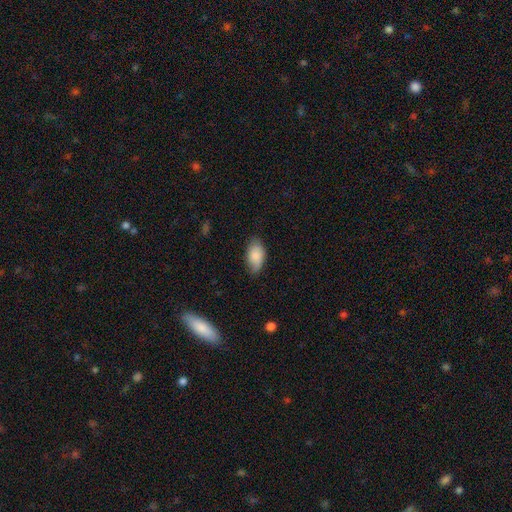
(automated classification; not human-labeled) smooth_or_featured: smooth (p=0.83) [alt: featured or disk p=0.11]
how_rounded: in between (p=0.94) [alt: round p=0.04]
merging: none (p=0.72) [alt: minor disturbance p=0.22]